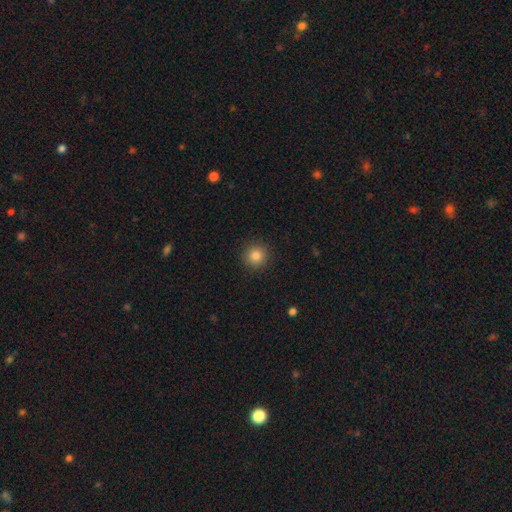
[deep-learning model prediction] The model was most divided on "smooth or featured": smooth: 84%, star or artifact: 11%, featured or disk: 5%. More confident: how rounded — round (95%); merging — none (91%).